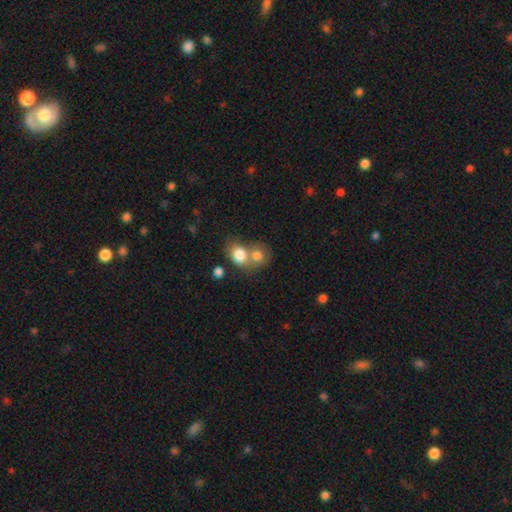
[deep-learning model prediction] smooth 76%, featured or disk 13%, star or artifact 11%. Down the decision tree: how rounded — round (67%); merging — merger (61%).